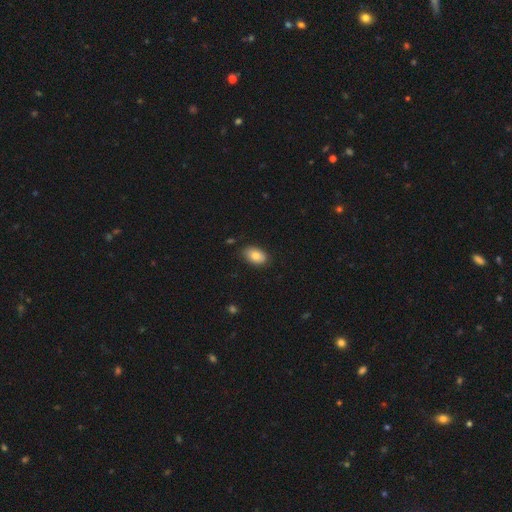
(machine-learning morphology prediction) This is clearly a smooth galaxy (82%). How rounded: clearly in between (91%). Merging: clearly none (84%).